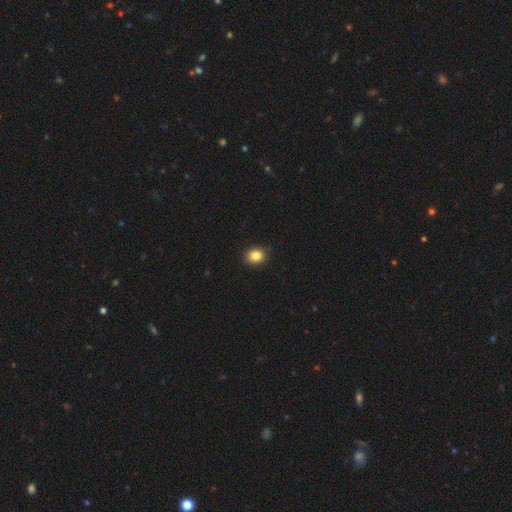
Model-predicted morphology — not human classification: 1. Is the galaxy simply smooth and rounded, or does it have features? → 85% smooth, 10% star or artifact, 5% featured or disk.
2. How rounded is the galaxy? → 63% round, 36% in between, 1% cigar-shaped.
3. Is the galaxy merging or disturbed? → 89% none, 8% minor disturbance, 2% major disturbance, 1% merger.